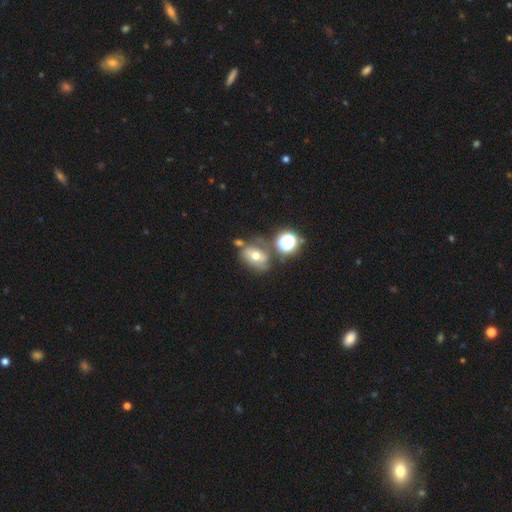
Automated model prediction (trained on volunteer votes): A smooth galaxy with no disk features (44%). Merging: none (51%).